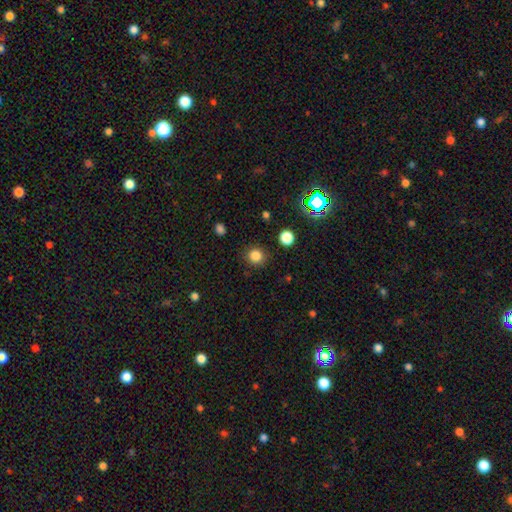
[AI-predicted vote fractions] Smooth or featured: smooth — 82% (star or artifact — 14%)
How rounded: round — 91% (in between — 8%)
Merging: none — 90% (minor disturbance — 6%)